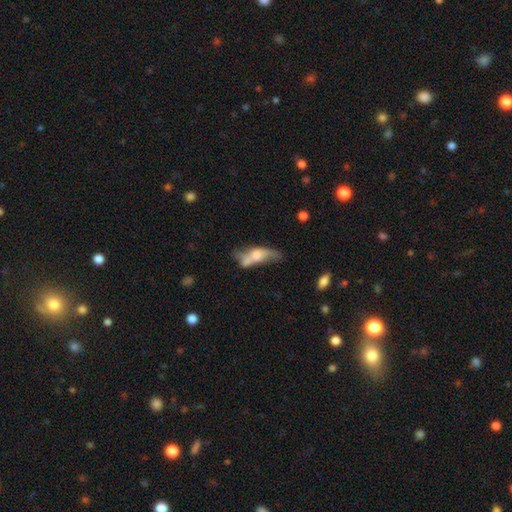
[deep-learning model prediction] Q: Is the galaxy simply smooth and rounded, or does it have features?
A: smooth — 46%, tied with featured or disk.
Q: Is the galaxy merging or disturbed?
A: none — 33%.